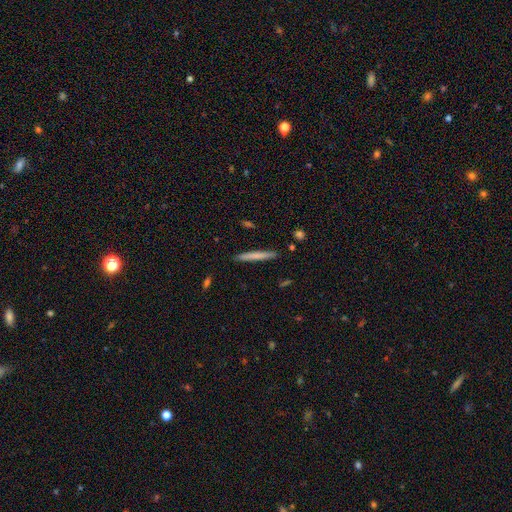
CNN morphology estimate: Smooth or featured?
  - smooth: 69% *
  - featured or disk: 25%
  - star or artifact: 6%
How rounded?
  - cigar-shaped: 97% *
  - in between: 2%
  - round: 1%
Merging?
  - none: 90% *
  - minor disturbance: 7%
  - major disturbance: 1%
  - merger: 1%